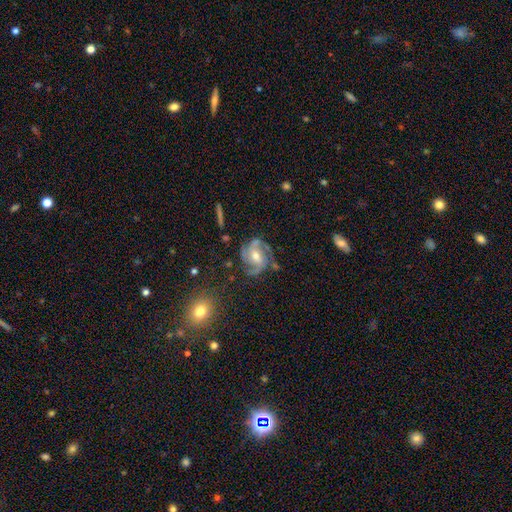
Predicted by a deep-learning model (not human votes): Morphology: type=featured or disk (84%); edge-on=no (97%); bar=no (47%); spiral arms=yes (96%); winding=medium (47%); arm count=3 (44%); bulge=moderate (62%); merging=none (65%).